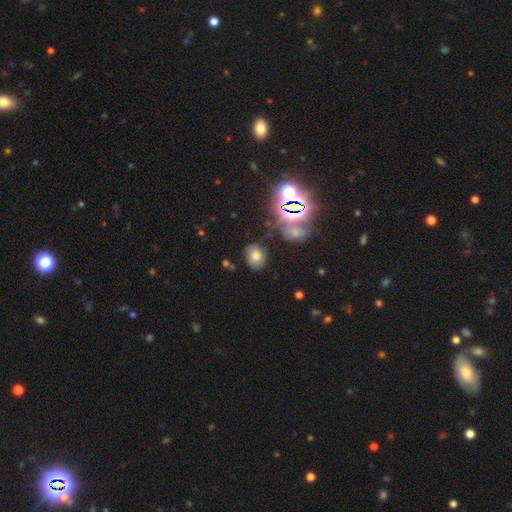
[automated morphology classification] Q: Smooth or featured?
A: smooth (68%); runner-up: star or artifact (20%)
Q: How rounded?
A: round (50%); runner-up: in between (48%)
Q: Merging?
A: none (77%); runner-up: minor disturbance (14%)